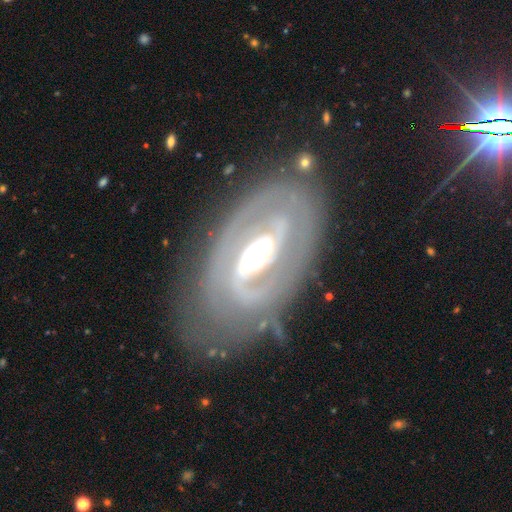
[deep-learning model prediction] This is clearly a featured or disk galaxy (85%). It is clearly not viewed edge-on (95%). Bar: marginally no (35%). Spiral arm pattern: clearly yes (84%). Spiral arm count: likely 2 (65%). Spiral winding: possibly tight (52%). Central bulge: possibly moderate (58%). Merging: likely none (68%).